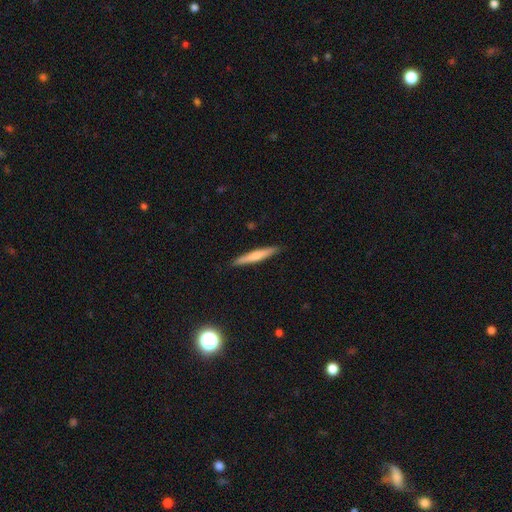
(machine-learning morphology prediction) smooth-or-featured: smooth: 63% | featured or disk: 32% | star or artifact: 5%
  how-rounded: cigar-shaped: 94% | in between: 4% | round: 1%
  merging: none: 90% | minor disturbance: 7% | major disturbance: 1% | merger: 1%